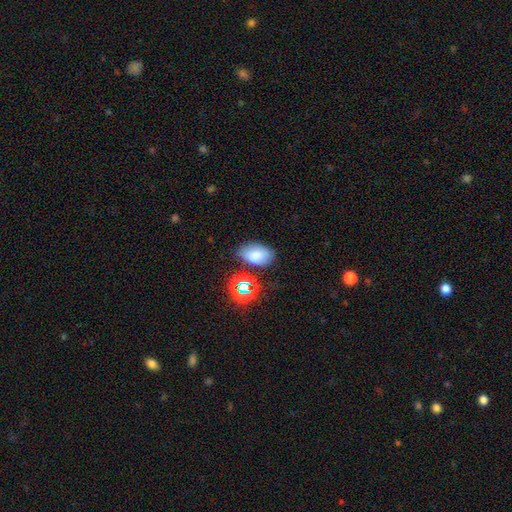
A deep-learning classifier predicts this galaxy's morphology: Smooth or featured: smooth — 73% (star or artifact — 15%)
How rounded: in between — 89% (round — 10%)
Merging: none — 70% (minor disturbance — 19%)